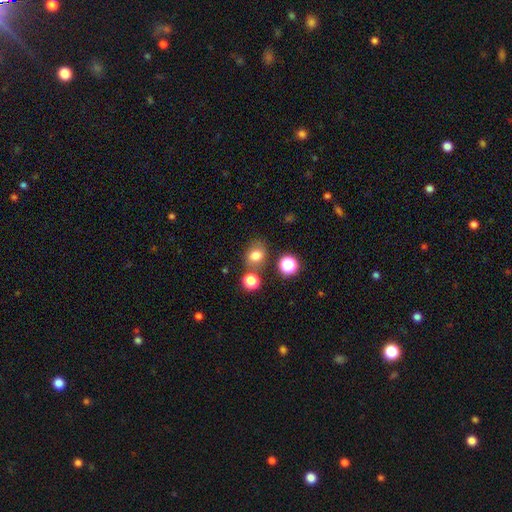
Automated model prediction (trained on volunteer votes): This is likely a smooth galaxy (77%). How rounded: possibly round (56%). Merging: likely none (69%).